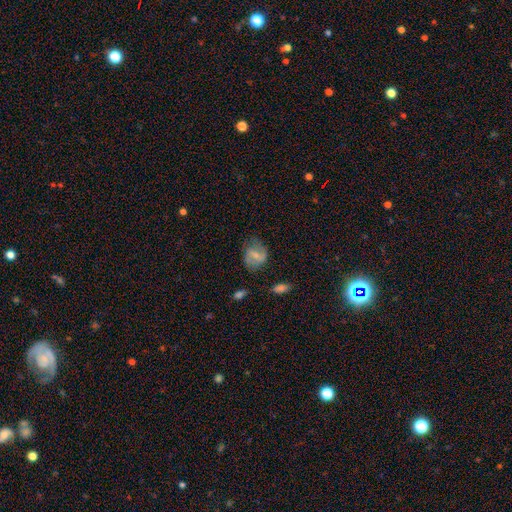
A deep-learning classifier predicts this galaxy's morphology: Smooth or featured?
  - smooth: 47% *
  - featured or disk: 45%
  - star or artifact: 9%
Merging?
  - none: 64% *
  - minor disturbance: 24%
  - major disturbance: 10%
  - merger: 3%